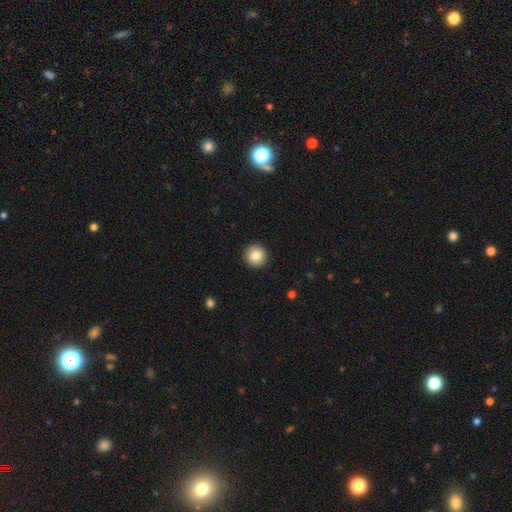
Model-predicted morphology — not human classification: smooth_or_featured: smooth (p=0.86) [alt: star or artifact p=0.08]
how_rounded: round (p=0.95) [alt: in between p=0.05]
merging: none (p=0.93) [alt: minor disturbance p=0.05]